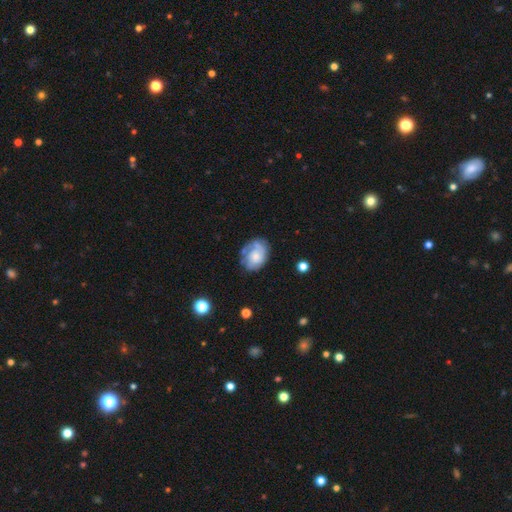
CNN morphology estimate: Overall: featured or disk (55%; smooth 37%). Edge-on disk: no (97%). Bar: no (79%). Spiral arms: yes (76%). Bulge size: small (41%; moderate 35%). Merging: none (60%; minor disturbance 25%).